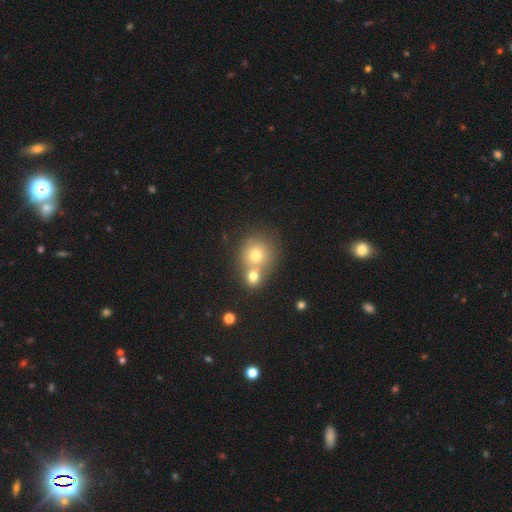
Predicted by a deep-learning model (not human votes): A smooth galaxy with no disk features (70%) that is round (84%).

Vote fractions:
- Smooth or featured? smooth: 70% / featured or disk: 16% / star or artifact: 14%
- How rounded? round: 84% / in between: 15% / cigar-shaped: 1%
- Merging? merger: 47% / none: 42% / minor disturbance: 7% / major disturbance: 3%